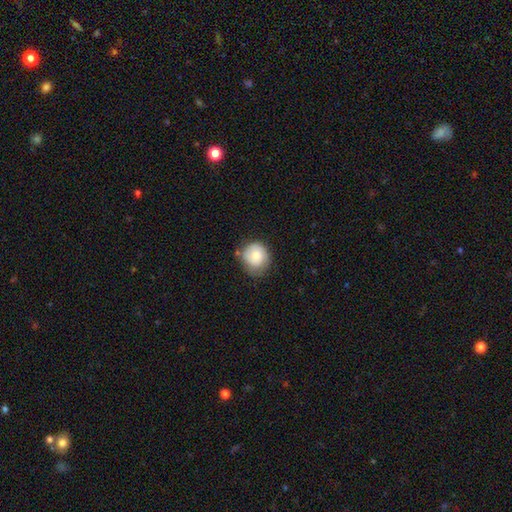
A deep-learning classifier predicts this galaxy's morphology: Smooth or featured?
  - smooth: 73% *
  - featured or disk: 20%
  - star or artifact: 7%
How rounded?
  - round: 82% *
  - in between: 17%
  - cigar-shaped: 1%
Merging?
  - none: 60% *
  - minor disturbance: 29%
  - major disturbance: 7%
  - merger: 4%